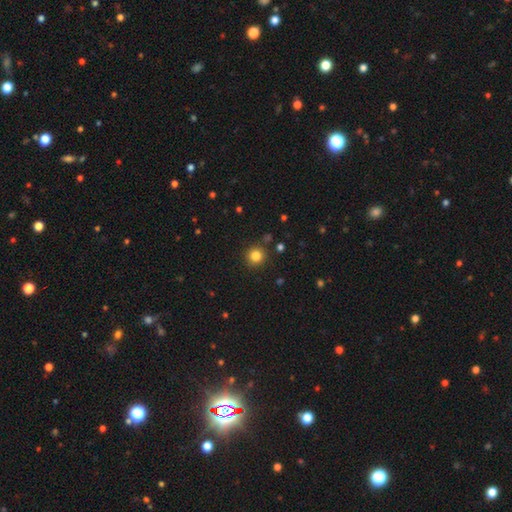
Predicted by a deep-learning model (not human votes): smooth_or_featured: smooth (p=0.82) [alt: star or artifact p=0.13]
how_rounded: round (p=0.94) [alt: in between p=0.05]
merging: none (p=0.89) [alt: minor disturbance p=0.06]